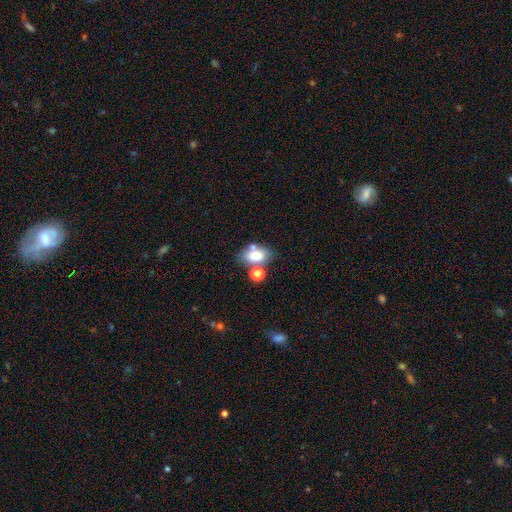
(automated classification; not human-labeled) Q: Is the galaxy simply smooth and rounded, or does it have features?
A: smooth — 75%.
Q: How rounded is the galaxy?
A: in between — 84%.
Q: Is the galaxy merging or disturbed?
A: none — 49%.